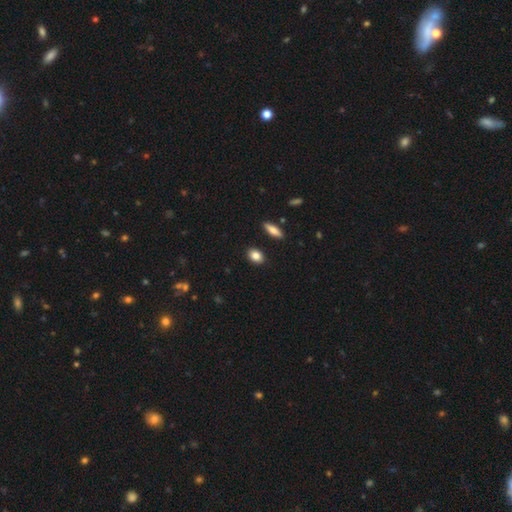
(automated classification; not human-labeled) This appears to be a smooth galaxy with no disk features (85%) that is in between round and cigar-shaped (75%). Merging: none (88%).